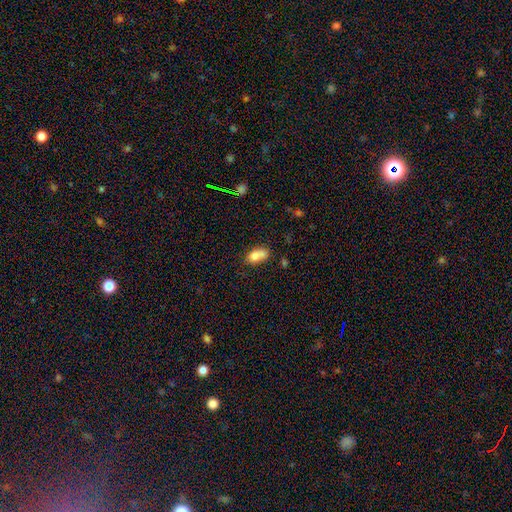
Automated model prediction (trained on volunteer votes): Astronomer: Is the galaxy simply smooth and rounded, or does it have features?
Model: smooth — 74%.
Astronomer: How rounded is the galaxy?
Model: in between — 78%.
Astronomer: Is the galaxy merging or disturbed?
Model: merger — 41% (runner-up: none, 33%).